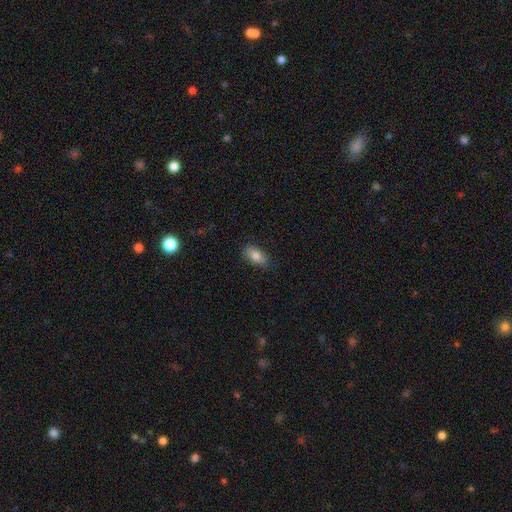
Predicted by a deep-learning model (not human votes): A smooth galaxy with no disk features (81%) that is in between round and cigar-shaped (89%).

Vote fractions:
- Smooth or featured? smooth: 81% / featured or disk: 11% / star or artifact: 8%
- How rounded? in between: 89% / round: 7% / cigar-shaped: 4%
- Merging? none: 81% / minor disturbance: 15% / major disturbance: 3% / merger: 1%